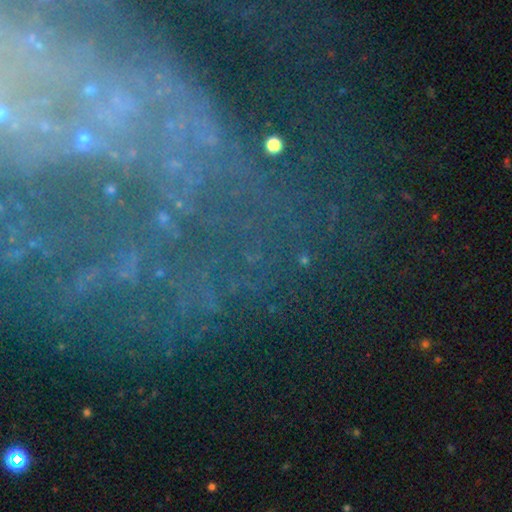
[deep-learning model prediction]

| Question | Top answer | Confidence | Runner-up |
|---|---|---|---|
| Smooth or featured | star or artifact | 46% | featured or disk (39%) |